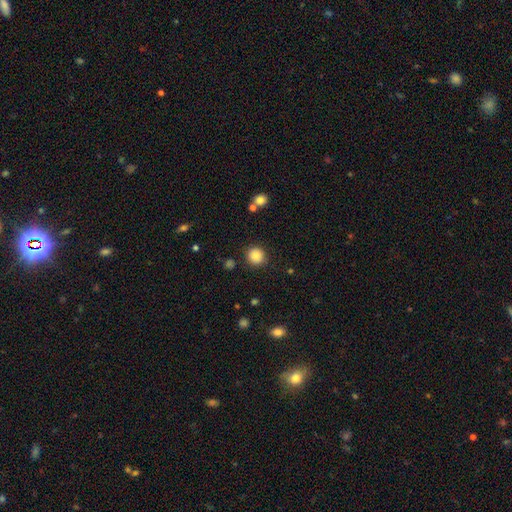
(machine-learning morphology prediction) smooth 85%, star or artifact 10%, featured or disk 5%. Down the decision tree: how rounded — round (93%); merging — none (89%).